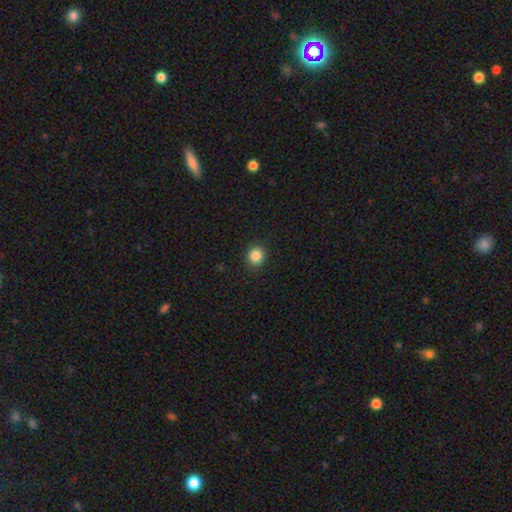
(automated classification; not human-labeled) Smooth or featured: smooth — 86% (star or artifact — 11%)
How rounded: round — 85% (in between — 14%)
Merging: none — 91% (minor disturbance — 6%)